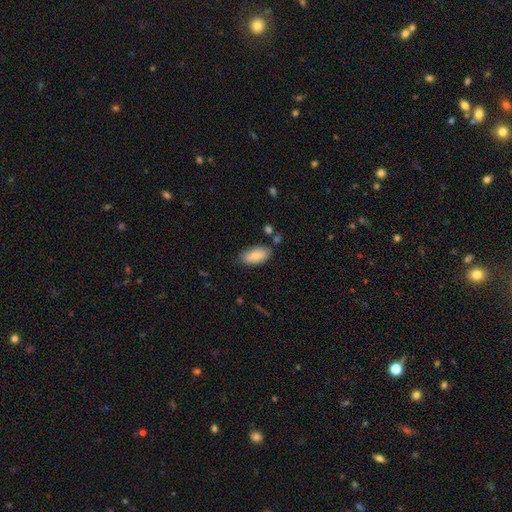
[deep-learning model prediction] Smooth or featured: smooth — 85% (featured or disk — 9%)
How rounded: in between — 91% (cigar-shaped — 6%)
Merging: none — 77% (minor disturbance — 16%)